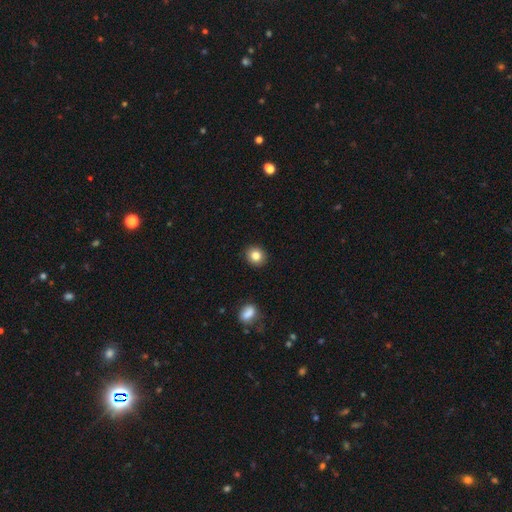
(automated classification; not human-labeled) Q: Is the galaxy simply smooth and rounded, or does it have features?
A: smooth — 83%.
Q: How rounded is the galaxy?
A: round — 79%.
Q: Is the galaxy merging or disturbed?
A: none — 91%.